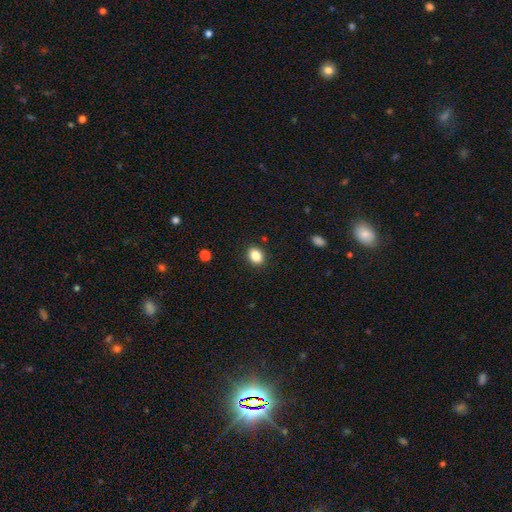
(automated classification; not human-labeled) smooth 86%, star or artifact 9%, featured or disk 5%. Down the decision tree: how rounded — in between (54%); merging — none (90%).